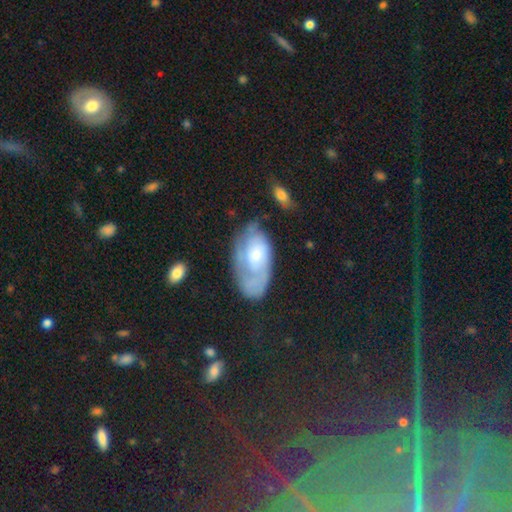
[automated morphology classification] featured or disk 57%, smooth 34%, star or artifact 9%. Down the decision tree: edge-on disk — no (94%); bar — no (80%); spiral arms — yes (71%); bulge size — small (45%); merging — none (47%).